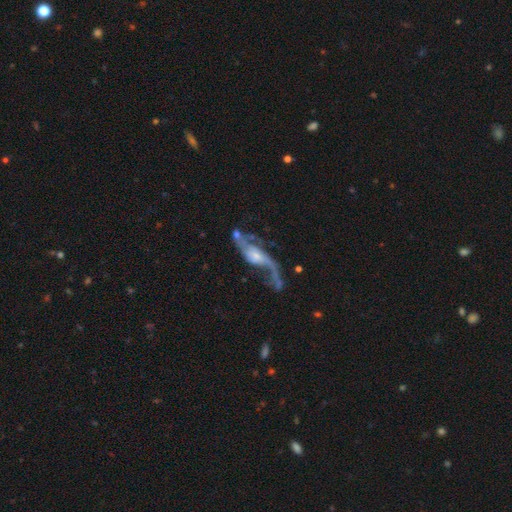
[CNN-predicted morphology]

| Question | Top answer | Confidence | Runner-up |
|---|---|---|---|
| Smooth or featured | featured or disk | 83% | smooth (11%) |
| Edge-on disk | no | 92% | yes (8%) |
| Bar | no | 55% | weak (34%) |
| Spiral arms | yes | 91% | no (9%) |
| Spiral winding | loose | 84% | medium (12%) |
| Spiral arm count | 2 | 84% | 1 (8%) |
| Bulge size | small | 52% | moderate (31%) |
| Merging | none | 39% | major disturbance (30%) |